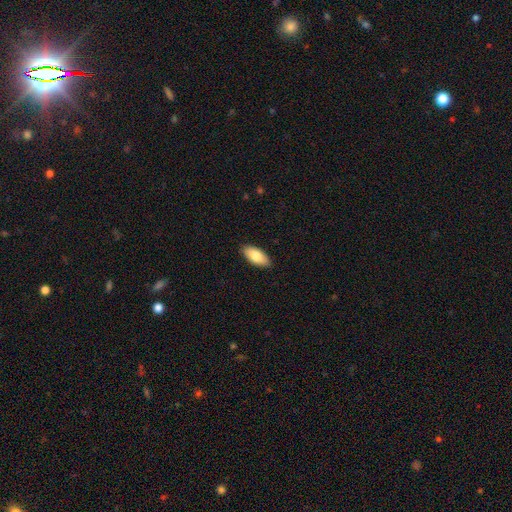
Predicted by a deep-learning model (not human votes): The model was most divided on "smooth or featured": smooth: 83%, featured or disk: 12%, star or artifact: 6%. More confident: how rounded — in between (89%); merging — none (89%).